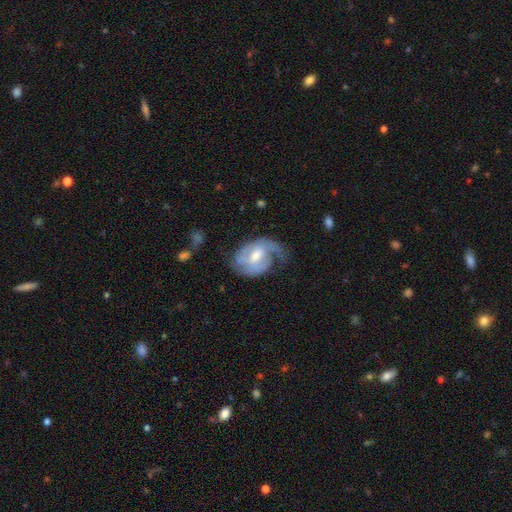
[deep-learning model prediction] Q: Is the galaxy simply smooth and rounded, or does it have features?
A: featured or disk — 77%.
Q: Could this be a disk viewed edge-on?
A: no — 97%.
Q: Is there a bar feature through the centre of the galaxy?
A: weak — 52%.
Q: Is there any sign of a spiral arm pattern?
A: yes — 90%.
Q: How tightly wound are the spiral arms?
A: medium — 42%.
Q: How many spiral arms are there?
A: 2 — 46%.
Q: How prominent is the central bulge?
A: moderate — 54%.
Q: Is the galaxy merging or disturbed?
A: none — 45%.